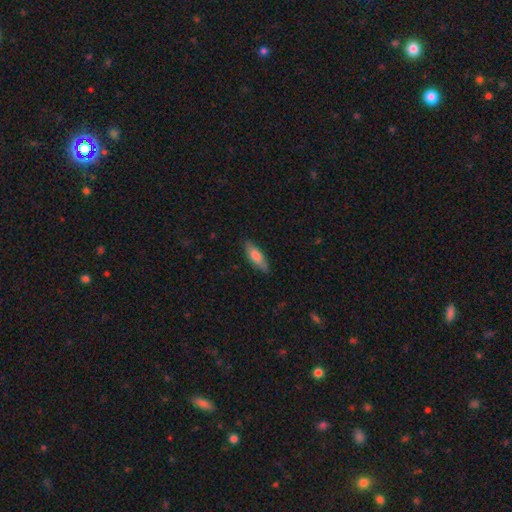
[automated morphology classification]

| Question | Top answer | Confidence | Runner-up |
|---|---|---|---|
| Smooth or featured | smooth | 75% | featured or disk (19%) |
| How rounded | cigar-shaped | 50% | in between (49%) |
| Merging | none | 85% | minor disturbance (12%) |